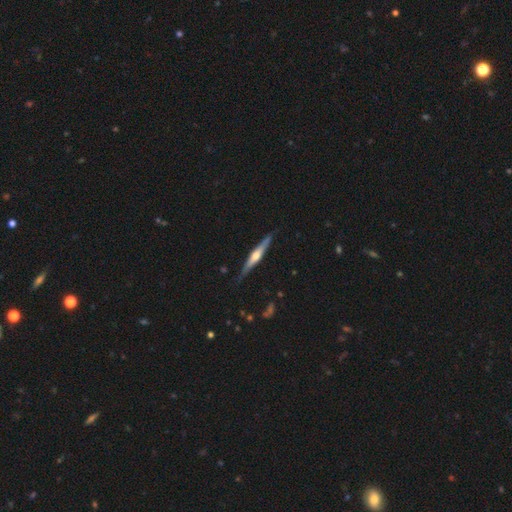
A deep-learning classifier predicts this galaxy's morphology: Smooth or featured: featured or disk — 68% (smooth — 26%)
Edge-on disk: yes — 97% (no — 3%)
Edge-on bulge: rounded — 85% (boxy — 8%)
Merging: none — 84% (minor disturbance — 12%)